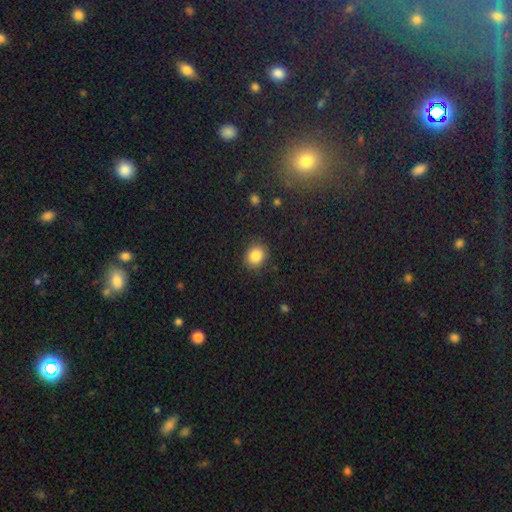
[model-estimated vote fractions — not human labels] This appears to be a smooth galaxy with no disk features (85%) that is round (69%). Merging: none (87%).